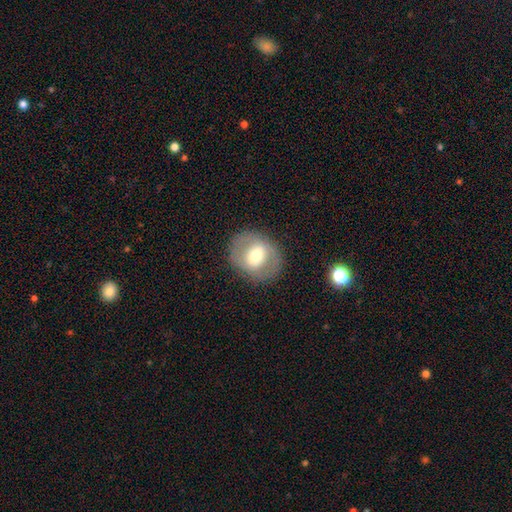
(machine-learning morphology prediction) A featured or disk galaxy (46%, tied with smooth).

Vote fractions:
- Smooth or featured? featured or disk: 46% (tied) / smooth: 46% (tied) / star or artifact: 8%
- Merging? none: 82% / minor disturbance: 11% / major disturbance: 6% / merger: 1%